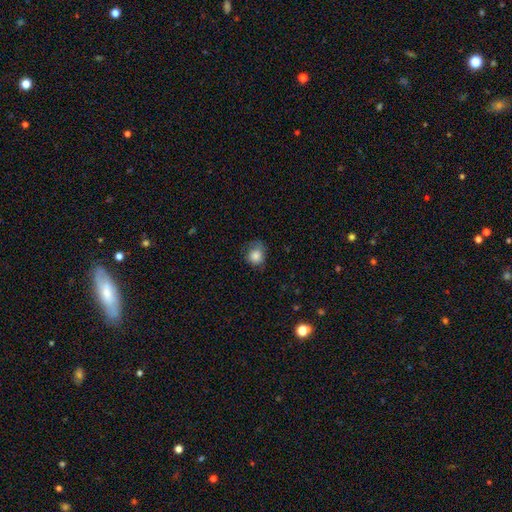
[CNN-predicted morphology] type=smooth (83%); roundness=round (73%); merging=none (55%).